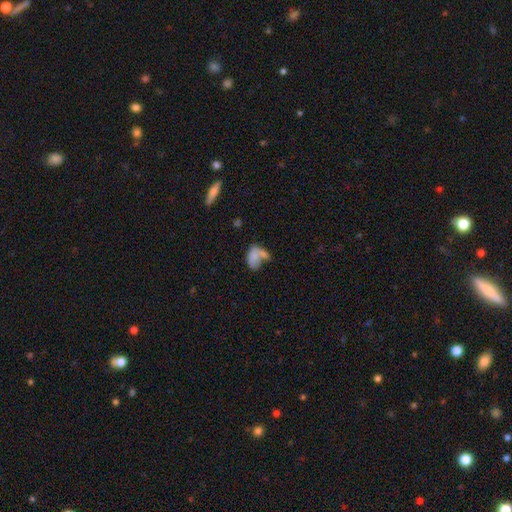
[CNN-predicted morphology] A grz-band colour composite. It shows a smooth galaxy with no disk features (71%) that is in between round and cigar-shaped (86%). Merging: merger (39%).